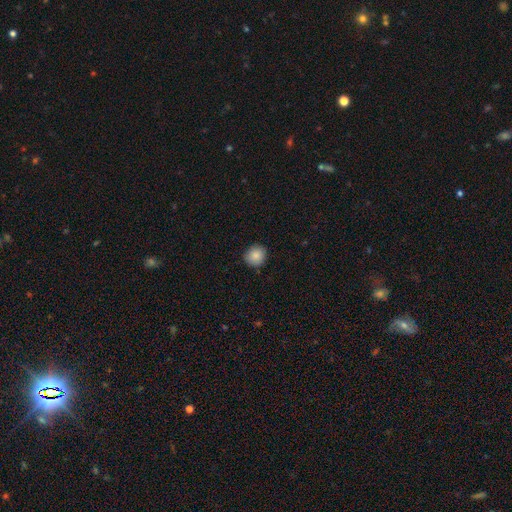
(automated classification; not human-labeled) A smooth galaxy with no disk features (86%) that is round (87%). Merging: none (89%).